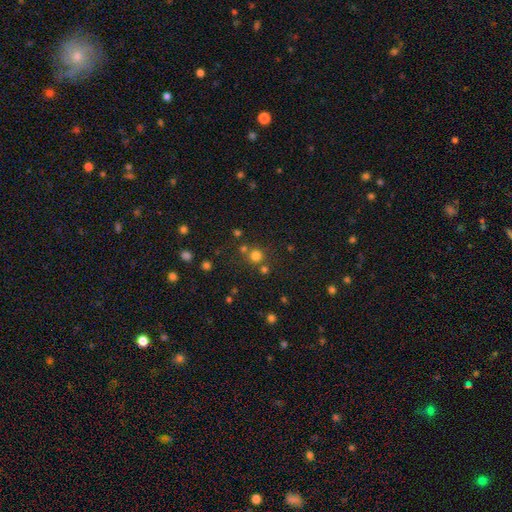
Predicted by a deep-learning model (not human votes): Morphology: type=smooth (74%); roundness=round (93%); merging=none (74%).